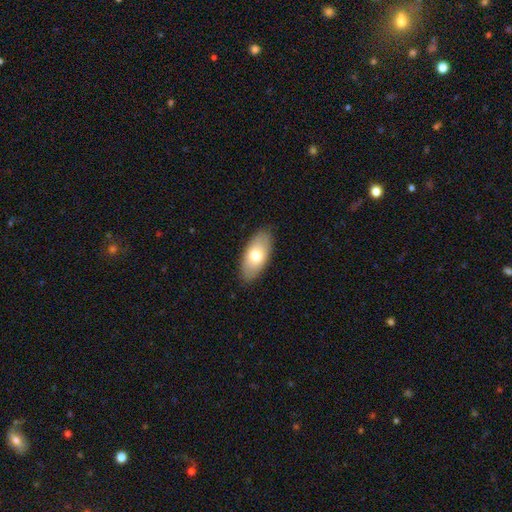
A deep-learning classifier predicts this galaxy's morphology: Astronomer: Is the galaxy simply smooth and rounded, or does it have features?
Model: smooth — 72%.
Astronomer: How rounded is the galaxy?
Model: in between — 91%.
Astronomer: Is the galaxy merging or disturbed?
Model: none — 87%.